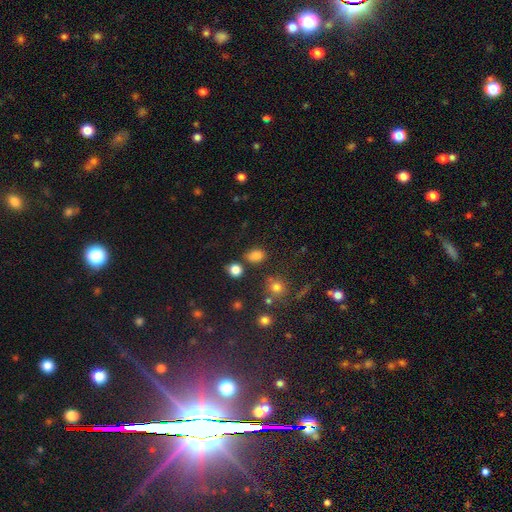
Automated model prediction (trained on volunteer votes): Morphology: type=smooth (80%); roundness=in between (64%); merging=none (75%).